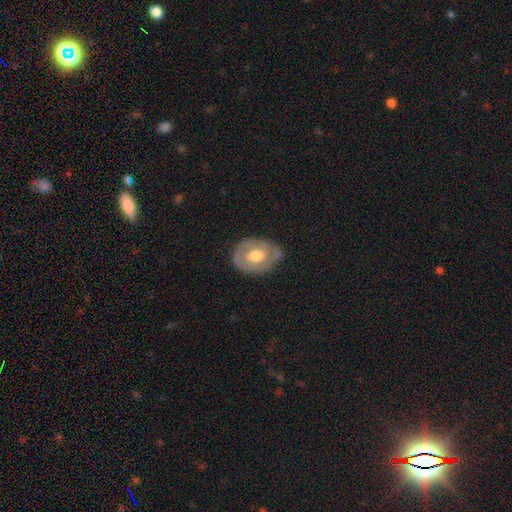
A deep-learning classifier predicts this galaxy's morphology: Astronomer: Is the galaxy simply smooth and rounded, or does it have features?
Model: featured or disk — 61%.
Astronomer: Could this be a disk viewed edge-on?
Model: no — 94%.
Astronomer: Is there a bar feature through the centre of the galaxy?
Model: no — 67%.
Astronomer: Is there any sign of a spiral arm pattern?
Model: no — 59% (runner-up: yes, 41%).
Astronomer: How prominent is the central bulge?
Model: moderate — 62%.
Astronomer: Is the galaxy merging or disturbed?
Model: none — 74%.